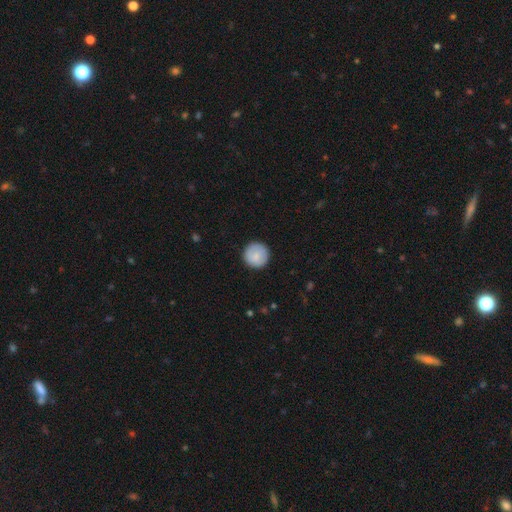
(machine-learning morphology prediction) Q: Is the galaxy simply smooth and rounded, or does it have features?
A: smooth — 83%.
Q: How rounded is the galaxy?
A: round — 96%.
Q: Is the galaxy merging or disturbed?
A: none — 91%.